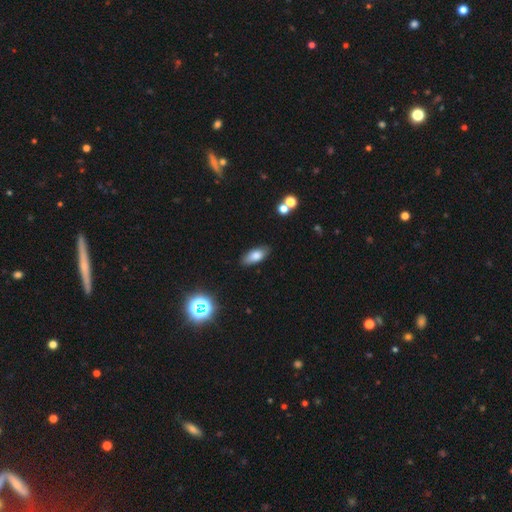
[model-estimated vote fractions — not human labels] smooth 78%, featured or disk 12%, star or artifact 9%. Down the decision tree: how rounded — in between (83%); merging — none (84%).